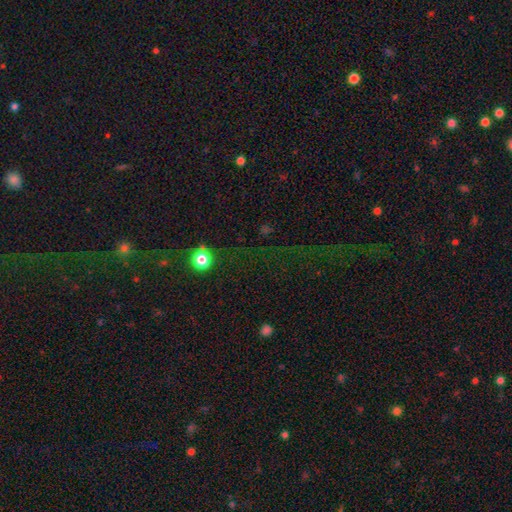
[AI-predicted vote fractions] Smooth or featured?
  - star or artifact: 63% *
  - smooth: 26%
  - featured or disk: 11%